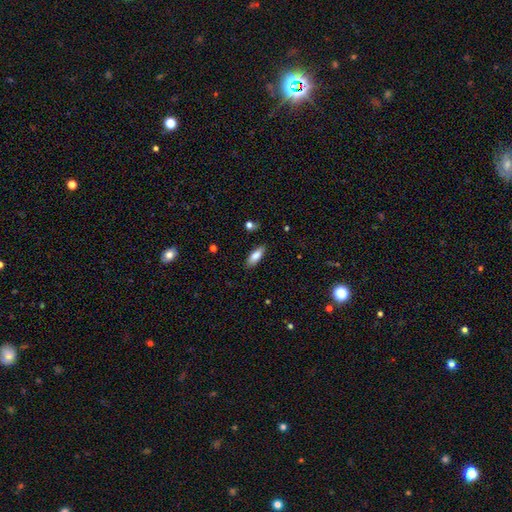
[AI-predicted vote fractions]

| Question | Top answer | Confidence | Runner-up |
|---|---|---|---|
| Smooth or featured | smooth | 82% | featured or disk (12%) |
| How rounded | in between | 66% | cigar-shaped (32%) |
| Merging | none | 86% | minor disturbance (11%) |